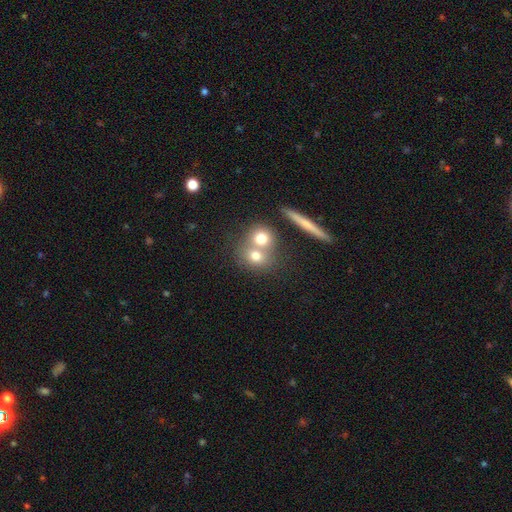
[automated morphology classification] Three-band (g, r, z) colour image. It shows a smooth galaxy with no disk features (71%) that is round (75%). Merging: merger (50%).